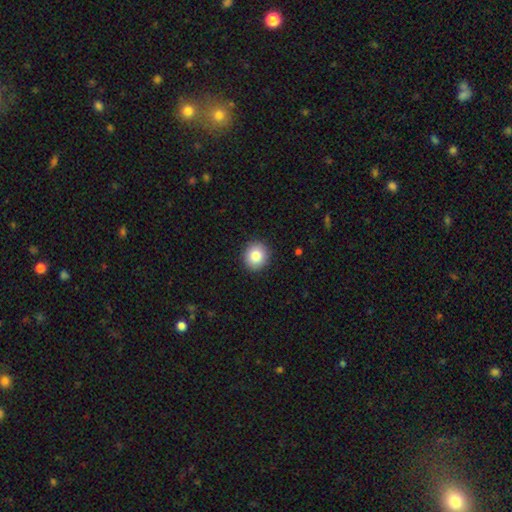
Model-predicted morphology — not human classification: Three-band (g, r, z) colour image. It shows a smooth galaxy with no disk features (84%) that is round (88%). Merging: none (92%).